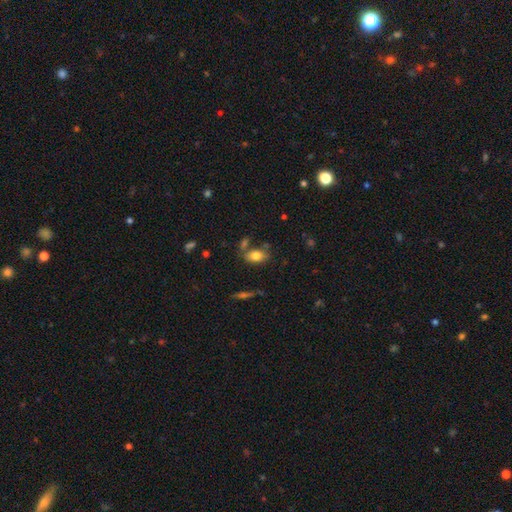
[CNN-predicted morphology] A smooth galaxy with no disk features (79%) that is in between round and cigar-shaped (87%).

Vote fractions:
- Smooth or featured? smooth: 79% / featured or disk: 13% / star or artifact: 9%
- How rounded? in between: 87% / round: 10% / cigar-shaped: 3%
- Merging? none: 65% / minor disturbance: 16% / merger: 14% / major disturbance: 5%